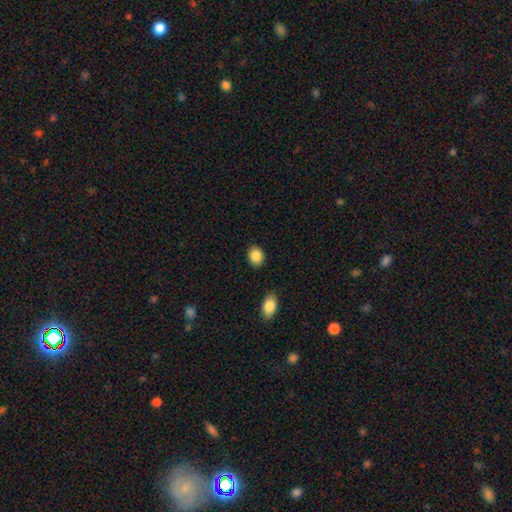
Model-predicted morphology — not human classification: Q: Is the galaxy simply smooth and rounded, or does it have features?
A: smooth — 87%.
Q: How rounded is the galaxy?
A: in between — 56%.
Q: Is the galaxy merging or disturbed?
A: none — 86%.